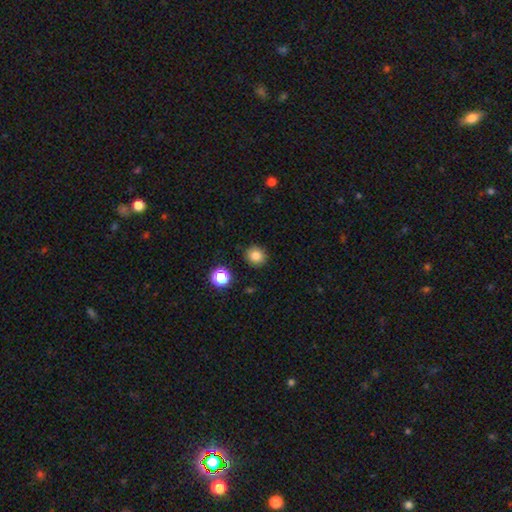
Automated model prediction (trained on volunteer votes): This is clearly a smooth galaxy (81%). How rounded: clearly round (85%). Merging: clearly none (88%).